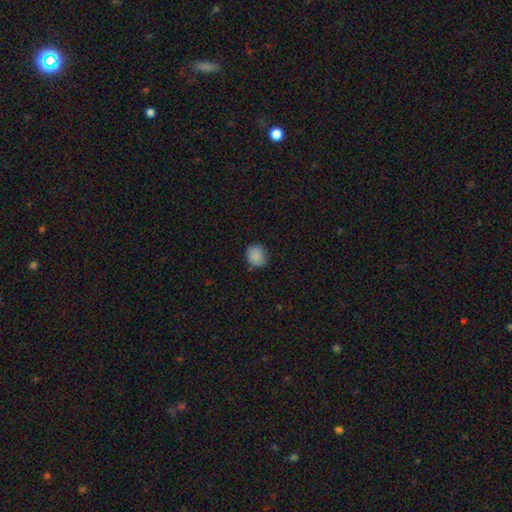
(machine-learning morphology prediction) This appears to be a smooth galaxy with no disk features (87%) that is round (74%). Merging: none (81%).